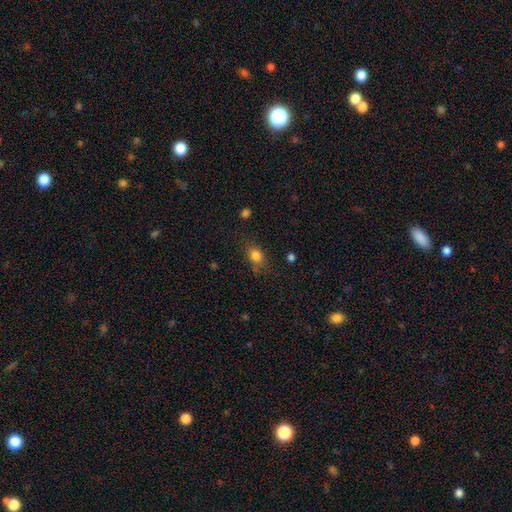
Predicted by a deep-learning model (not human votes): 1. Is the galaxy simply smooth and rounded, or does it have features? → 82% smooth, 11% star or artifact, 7% featured or disk.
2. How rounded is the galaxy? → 56% in between, 41% round, 2% cigar-shaped.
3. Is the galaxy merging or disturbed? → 71% none, 20% minor disturbance, 7% major disturbance, 3% merger.